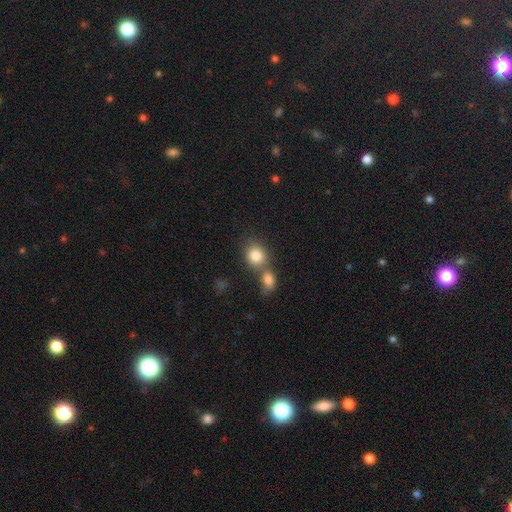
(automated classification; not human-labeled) This appears to be a smooth galaxy with no disk features (82%) that is round (67%). Merging: merger (46%).